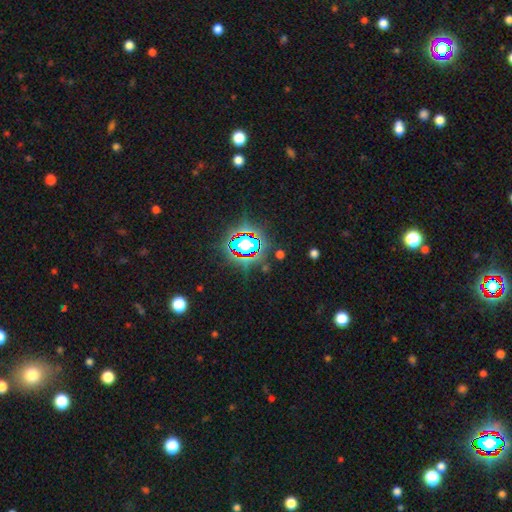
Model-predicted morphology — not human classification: smooth-or-featured: star or artifact: 78% | smooth: 14% | featured or disk: 8%